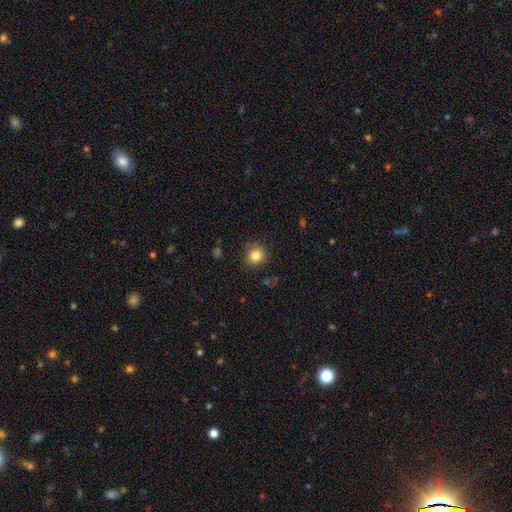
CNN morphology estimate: smooth-or-featured: smooth: 83% | star or artifact: 11% | featured or disk: 6%
  how-rounded: round: 84% | in between: 15% | cigar-shaped: 1%
  merging: none: 85% | minor disturbance: 11% | major disturbance: 3% | merger: 2%